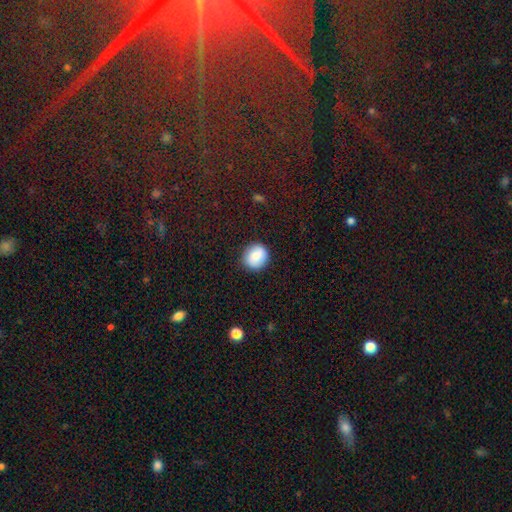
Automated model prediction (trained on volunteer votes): Morphology: type=smooth (80%); roundness=round (84%); merging=none (86%).